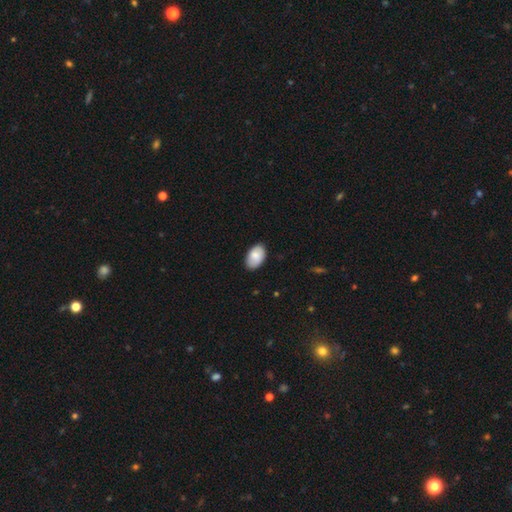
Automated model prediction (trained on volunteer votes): Smooth or featured?
  - smooth: 84% *
  - featured or disk: 10%
  - star or artifact: 6%
How rounded?
  - in between: 94% *
  - round: 5%
  - cigar-shaped: 1%
Merging?
  - none: 84% *
  - minor disturbance: 13%
  - major disturbance: 2%
  - merger: 1%